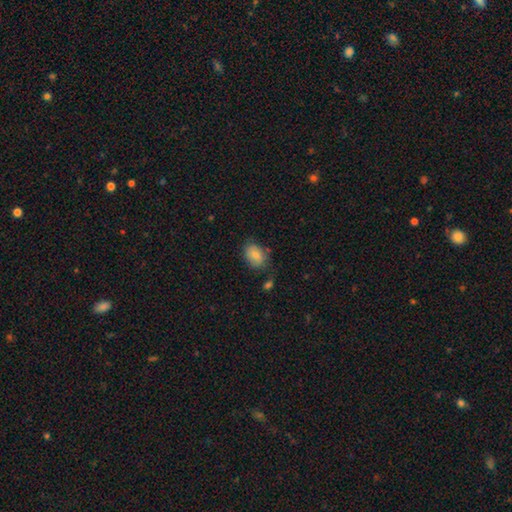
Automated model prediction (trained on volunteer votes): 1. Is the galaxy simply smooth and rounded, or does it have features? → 84% smooth, 9% featured or disk, 7% star or artifact.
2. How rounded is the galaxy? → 81% in between, 18% round, 1% cigar-shaped.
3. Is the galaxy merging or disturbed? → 69% none, 21% minor disturbance, 6% major disturbance, 4% merger.